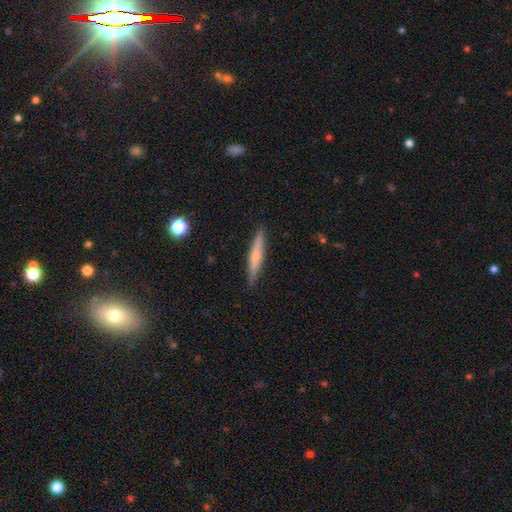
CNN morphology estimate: smooth_or_featured: smooth (p=0.47) [tied with: featured or disk p=0.47]
merging: none (p=0.90) [alt: minor disturbance p=0.07]